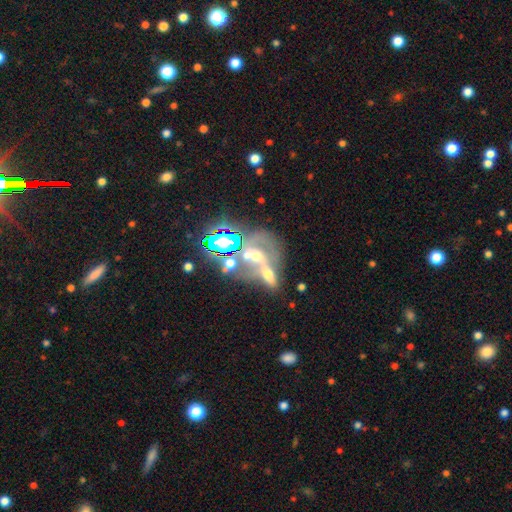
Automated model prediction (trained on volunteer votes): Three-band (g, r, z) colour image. It shows a featured or disk galaxy (45%). Merging: merger (58%).